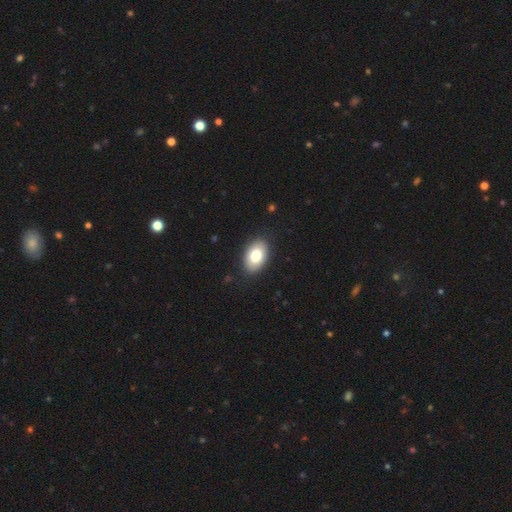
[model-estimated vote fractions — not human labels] Q: Smooth or featured?
A: smooth (81%); runner-up: featured or disk (12%)
Q: How rounded?
A: in between (91%); runner-up: round (8%)
Q: Merging?
A: none (87%); runner-up: minor disturbance (9%)